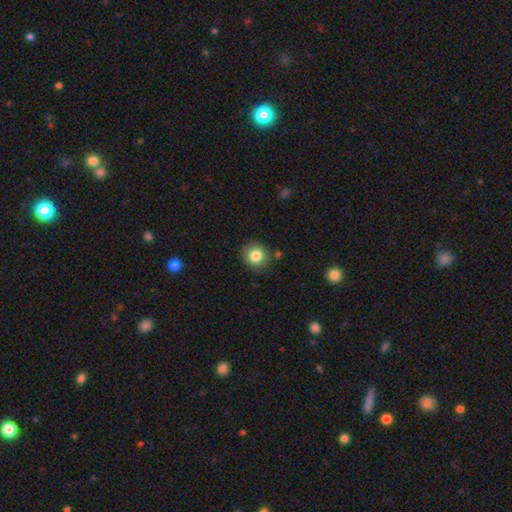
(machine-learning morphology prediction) Q: Smooth or featured?
A: smooth (83%); runner-up: star or artifact (10%)
Q: How rounded?
A: round (87%); runner-up: in between (12%)
Q: Merging?
A: none (84%); runner-up: minor disturbance (10%)